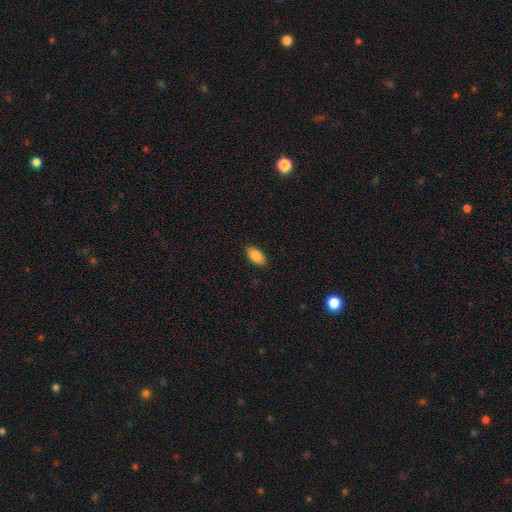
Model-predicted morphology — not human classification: Smooth or featured? smooth (86%)
How rounded? in between (92%)
Merging? none (88%)